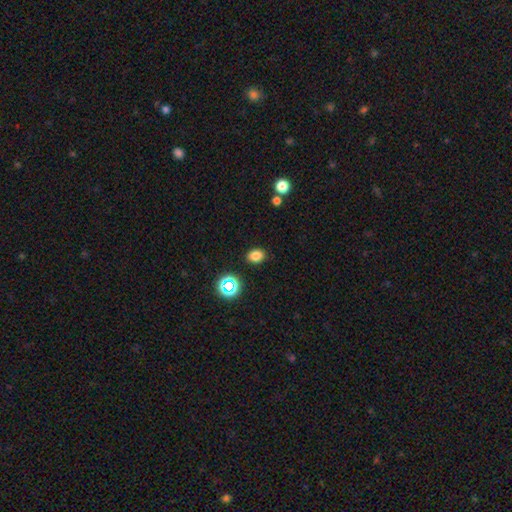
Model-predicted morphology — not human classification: The model was most divided on "how rounded": in between: 59%, round: 40%, cigar-shaped: 1%. More confident: merging — none (87%); smooth or featured — smooth (79%).